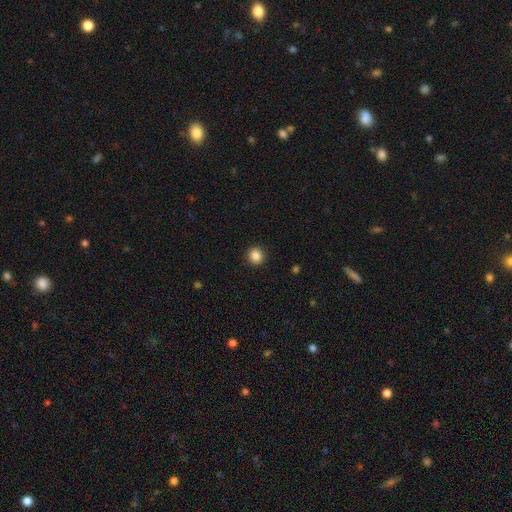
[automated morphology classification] smooth_or_featured: smooth (p=0.86) [alt: star or artifact p=0.10]
how_rounded: round (p=0.91) [alt: in between p=0.08]
merging: none (p=0.92) [alt: minor disturbance p=0.05]